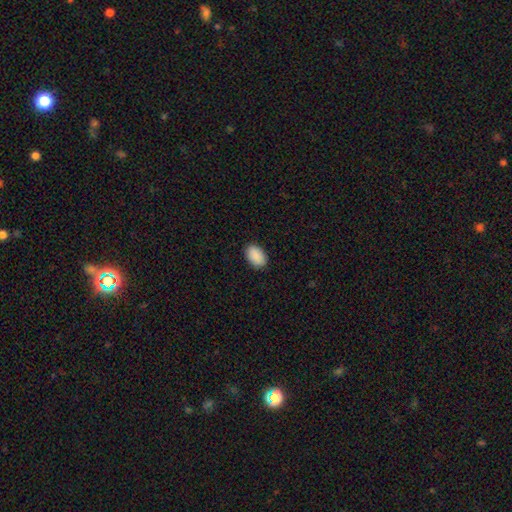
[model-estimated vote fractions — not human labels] Smooth or featured? smooth (91%)
How rounded? in between (90%)
Merging? none (88%)